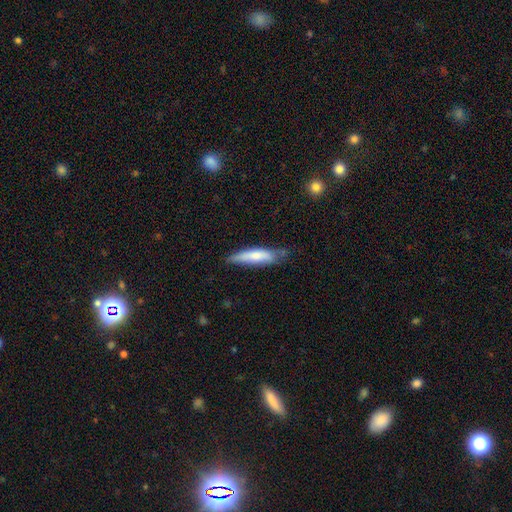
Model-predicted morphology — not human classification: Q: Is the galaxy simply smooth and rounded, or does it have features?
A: smooth — 72%.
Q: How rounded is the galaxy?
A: cigar-shaped — 74%.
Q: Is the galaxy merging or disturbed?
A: none — 61%.